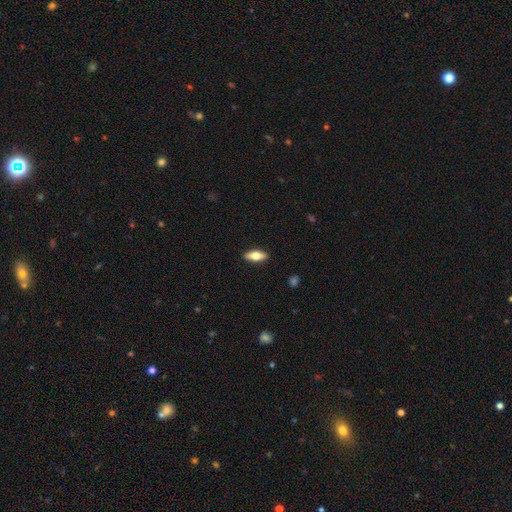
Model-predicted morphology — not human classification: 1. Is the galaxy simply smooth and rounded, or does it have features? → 60% smooth, 33% featured or disk, 6% star or artifact.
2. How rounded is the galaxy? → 70% in between, 27% cigar-shaped, 3% round.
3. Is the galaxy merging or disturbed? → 90% none, 8% minor disturbance, 2% major disturbance, 1% merger.